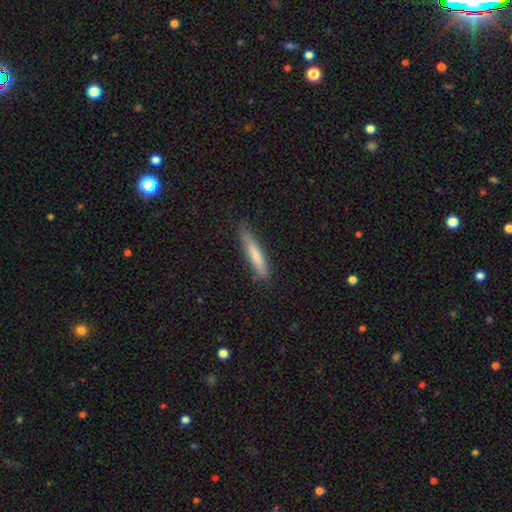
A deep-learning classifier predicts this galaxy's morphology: Smooth or featured: smooth — 73% (featured or disk — 21%)
How rounded: cigar-shaped — 91% (in between — 8%)
Merging: none — 79% (minor disturbance — 17%)